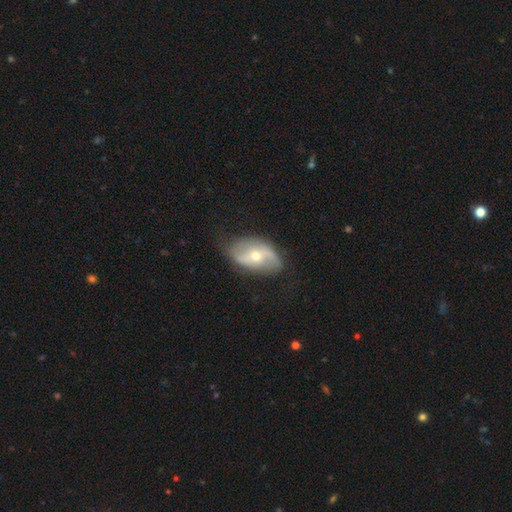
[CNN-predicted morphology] smooth-or-featured: featured or disk: 76% | smooth: 18% | star or artifact: 6%
  disk-edge-on: no: 94% | yes: 6%
    bar: no: 45% | weak: 33% | strong: 22%
    has-spiral-arms: yes: 85% | no: 15%
      spiral-winding: loose: 69% | medium: 23% | tight: 8%
      spiral-arm-count: 2: 90% | can't tell: 5% | 1: 2% | 3: 1% | 4: 1% | more than 4: 1%
    bulge-size: moderate: 52% | small: 44% | large: 2% | none: 1% | dominant: 1%
  merging: none: 75% | minor disturbance: 18% | major disturbance: 6% | merger: 1%